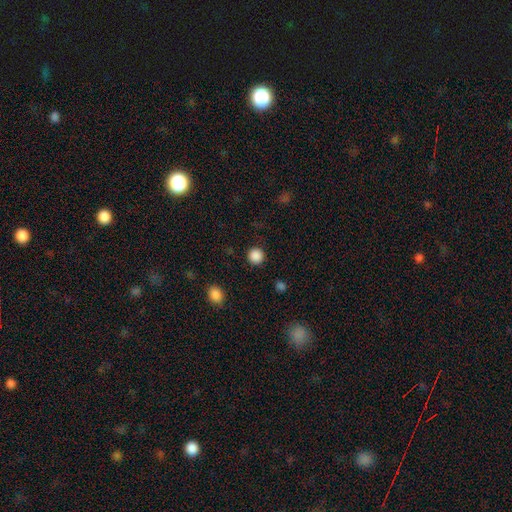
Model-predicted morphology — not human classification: Smooth or featured?
  - smooth: 87% *
  - star or artifact: 11%
  - featured or disk: 2%
How rounded?
  - round: 95% *
  - in between: 4%
  - cigar-shaped: 1%
Merging?
  - none: 91% *
  - minor disturbance: 5%
  - major disturbance: 2%
  - merger: 1%